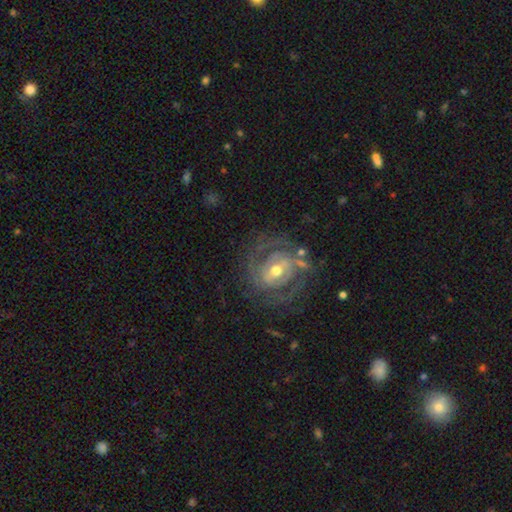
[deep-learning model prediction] Morphology: type=featured or disk (64%); edge-on=no (95%); bar=weak (42%); spiral arms=yes (76%); bulge=moderate (53%); merging=none (75%).